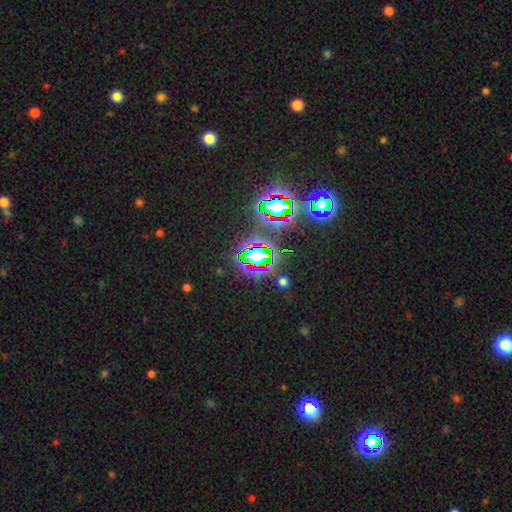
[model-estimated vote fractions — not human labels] smooth_or_featured: star or artifact (p=0.69) [alt: smooth p=0.18]